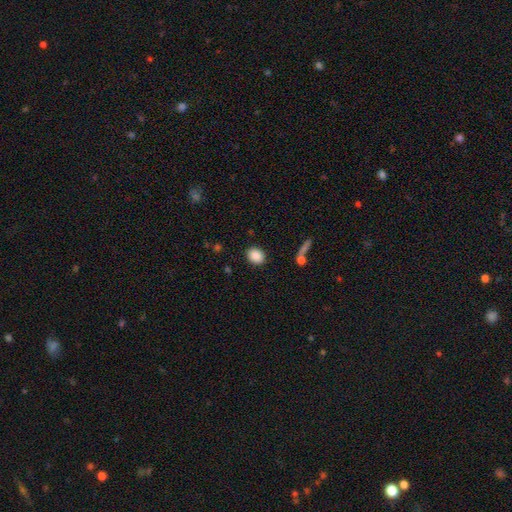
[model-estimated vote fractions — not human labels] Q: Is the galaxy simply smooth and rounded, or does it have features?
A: smooth — 88%.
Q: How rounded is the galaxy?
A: in between — 51%.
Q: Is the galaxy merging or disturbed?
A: none — 87%.